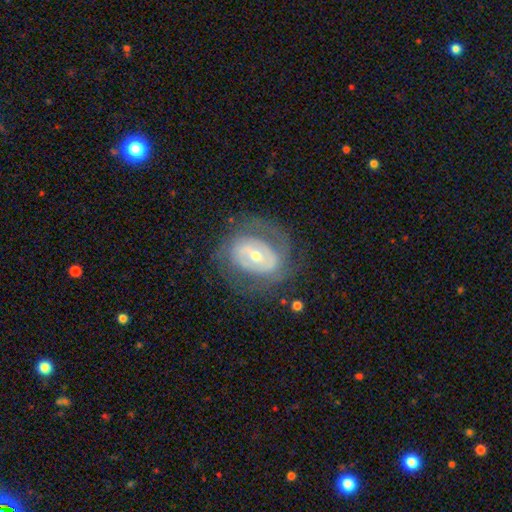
smooth_or_featured: featured or disk (p=0.79) [alt: smooth p=0.11]
disk_edge_on: no (p=1.00)
bar: weak (p=0.53) [alt: no p=0.37]
has_spiral_arms: yes (p=0.73) [alt: no p=0.27]
spiral_winding: tight (p=0.59) [alt: medium p=0.23]
spiral_arm_count: 2 (p=0.32) [tied with: can't tell p=0.32]
bulge_size: small (p=0.53) [alt: moderate p=0.37]
merging: none (p=0.59) [alt: minor disturbance p=0.32]